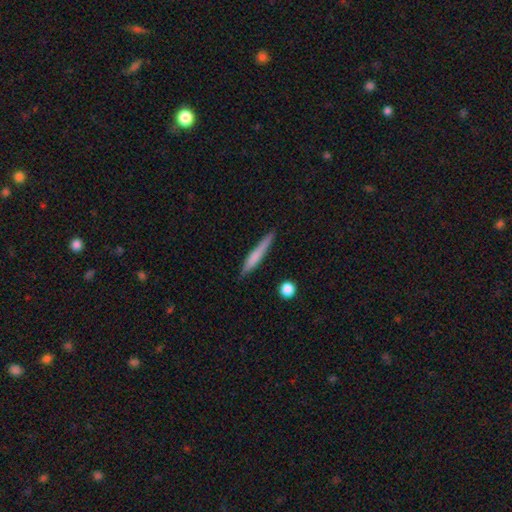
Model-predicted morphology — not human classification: Q: Smooth or featured?
A: smooth (65%); runner-up: featured or disk (29%)
Q: How rounded?
A: cigar-shaped (94%); runner-up: in between (4%)
Q: Merging?
A: none (85%); runner-up: minor disturbance (11%)